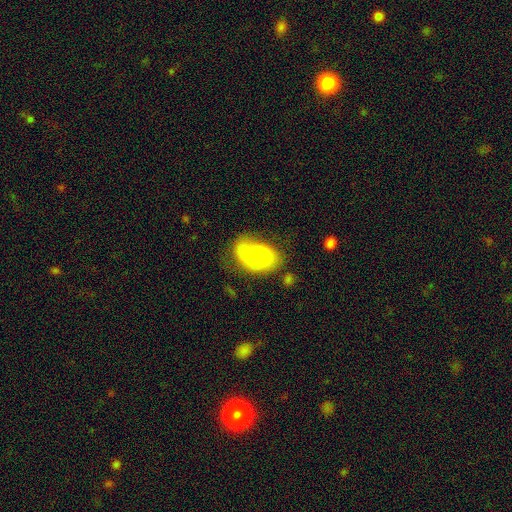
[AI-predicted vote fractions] Smooth or featured? Predicted: featured or disk (p=0.52). Edge-on disk? Predicted: no (p=0.96). Bar? Predicted: no (p=0.56). Spiral arms? Predicted: yes (p=0.70). Bulge size? Predicted: small (p=0.56). Merging? Predicted: none (p=0.55).